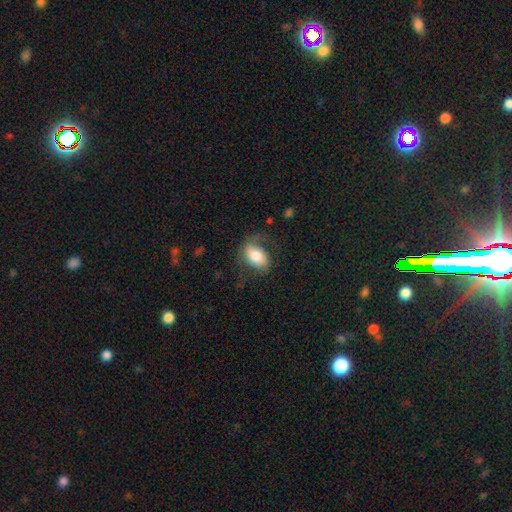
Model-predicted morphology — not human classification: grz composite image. It shows a smooth galaxy with no disk features (58%) that is in between round and cigar-shaped (87%). Merging: none (55%).